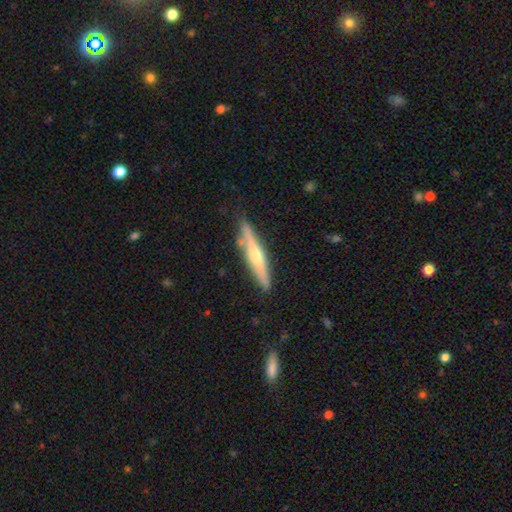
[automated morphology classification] A featured or disk galaxy (56%) viewed edge-on (93%) with a rounded central bulge (75%). Merging: none (83%).